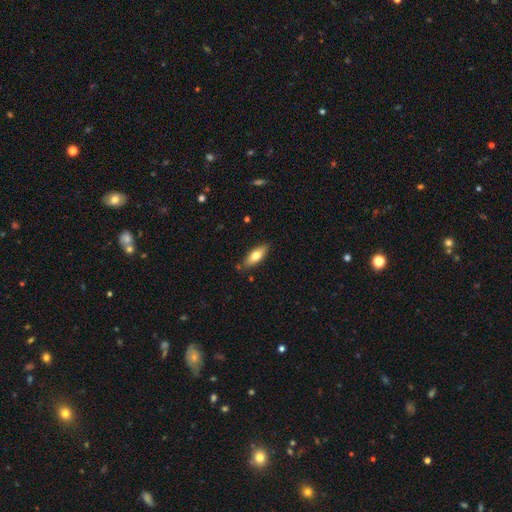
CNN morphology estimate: This is likely a smooth galaxy (71%). How rounded: likely in between (72%). Merging: clearly none (83%).